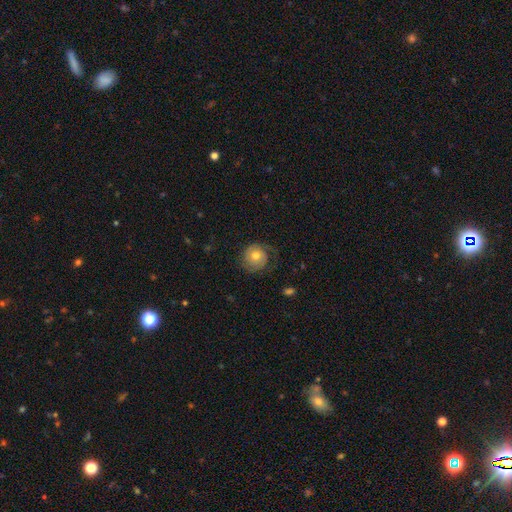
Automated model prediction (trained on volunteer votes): Overall: smooth (48%; featured or disk 44%). Merging: none (64%).